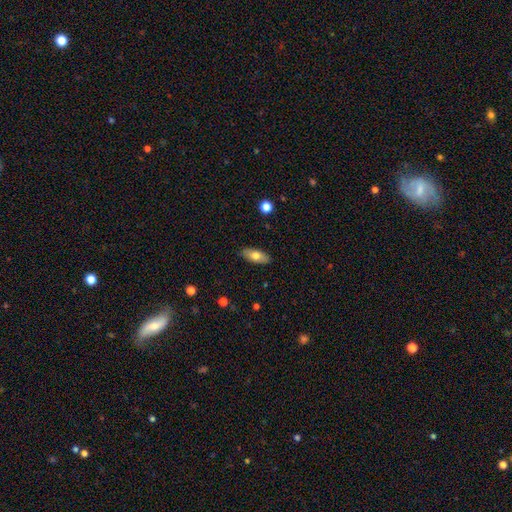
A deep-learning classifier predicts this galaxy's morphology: Smooth or featured? smooth (71%)
How rounded? in between (82%)
Merging? none (88%)